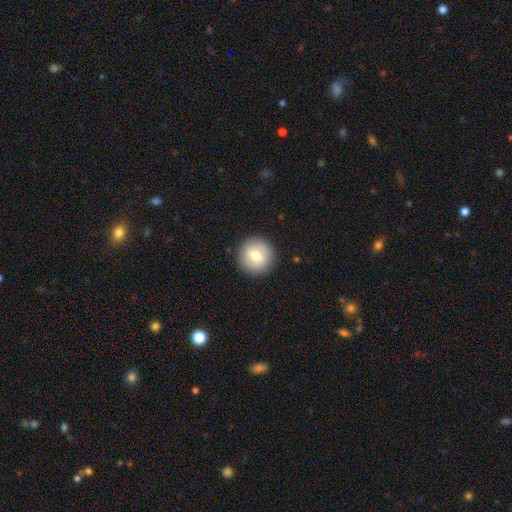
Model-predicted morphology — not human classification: Overall: smooth (76%). How rounded: round (96%). Merging: none (91%).